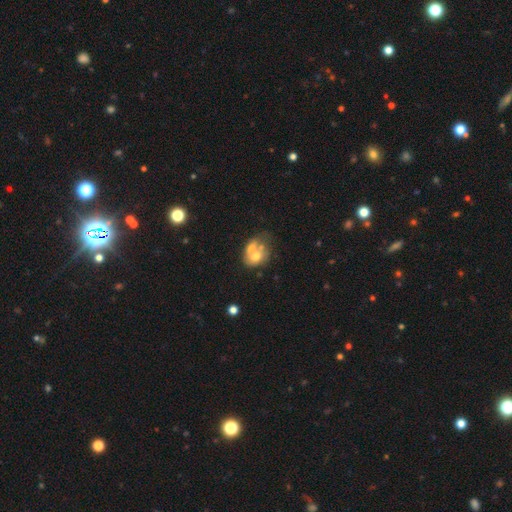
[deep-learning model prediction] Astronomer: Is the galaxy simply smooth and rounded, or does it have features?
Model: smooth — 54% (runner-up: featured or disk, 37%).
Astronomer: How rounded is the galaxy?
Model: in between — 62% (runner-up: round, 37%).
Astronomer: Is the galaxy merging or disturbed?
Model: merger — 62%.